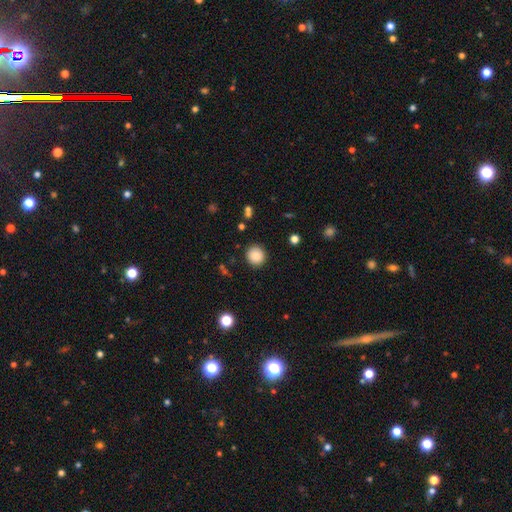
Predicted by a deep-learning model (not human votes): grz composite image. It shows a smooth galaxy with no disk features (87%) that is round (91%). Merging: none (90%).